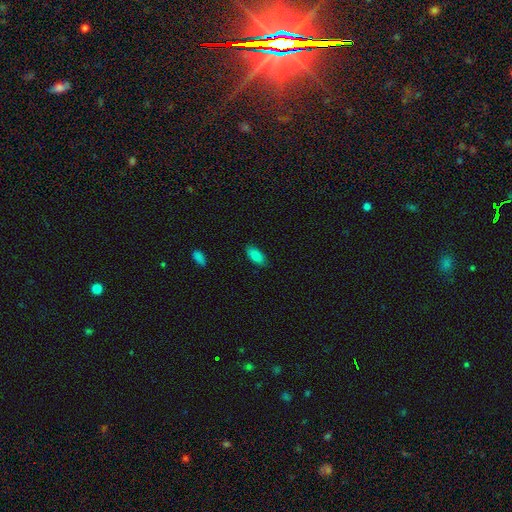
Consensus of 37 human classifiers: Q: Smooth or featured?
A: smooth (86%); runner-up: star or artifact (8%)
Q: How rounded?
A: in between (94%); runner-up: cigar-shaped (6%)
Q: Merging?
A: none (85%); runner-up: minor disturbance (9%)